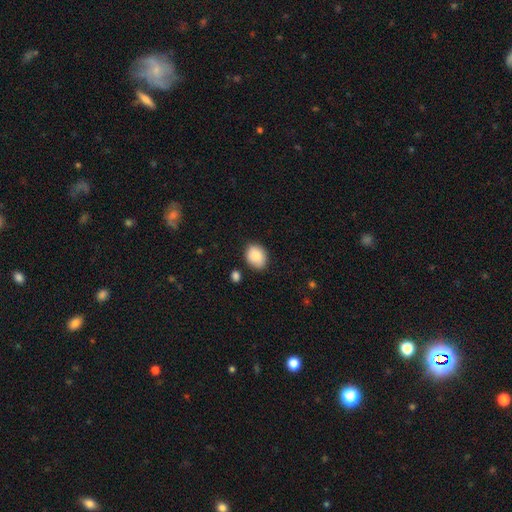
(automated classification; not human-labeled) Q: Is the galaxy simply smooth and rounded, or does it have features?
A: smooth — 88%.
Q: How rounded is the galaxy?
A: in between — 61%.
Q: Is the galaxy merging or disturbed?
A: none — 80%.